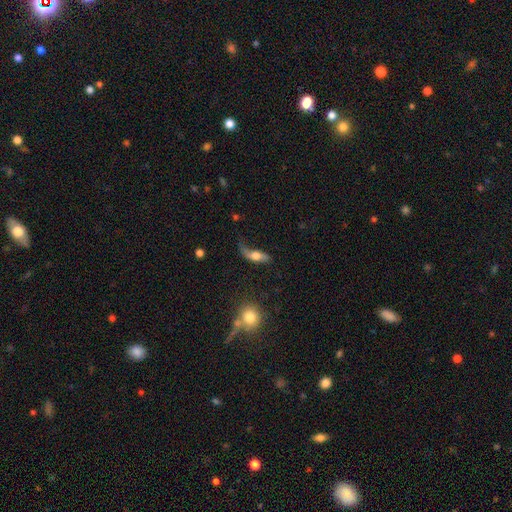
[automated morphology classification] Smooth or featured: featured or disk — 53% (smooth — 40%)
Edge-on disk: no — 65% (yes — 35%)
Merging: none — 38% (major disturbance — 30%)